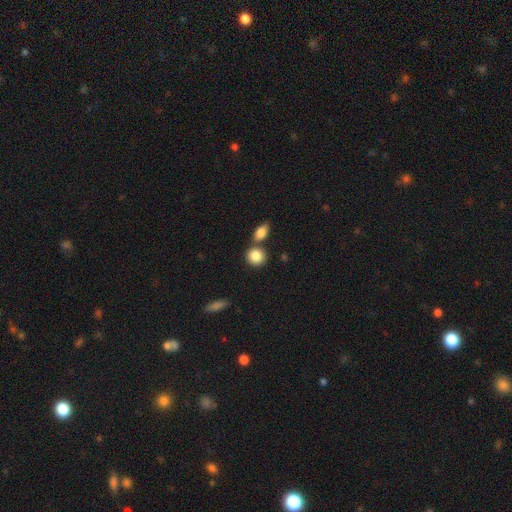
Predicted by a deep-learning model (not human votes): This appears to be a smooth galaxy with no disk features (86%) that is round (72%). Merging: none (59%).